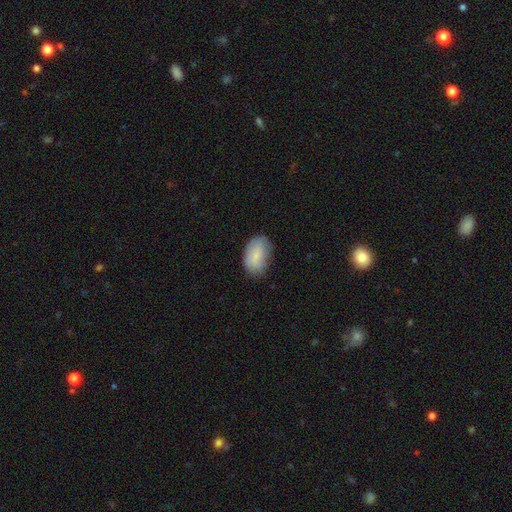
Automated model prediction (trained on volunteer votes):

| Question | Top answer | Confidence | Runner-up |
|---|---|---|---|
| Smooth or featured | smooth | 79% | featured or disk (14%) |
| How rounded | in between | 90% | round (8%) |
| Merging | none | 72% | minor disturbance (22%) |